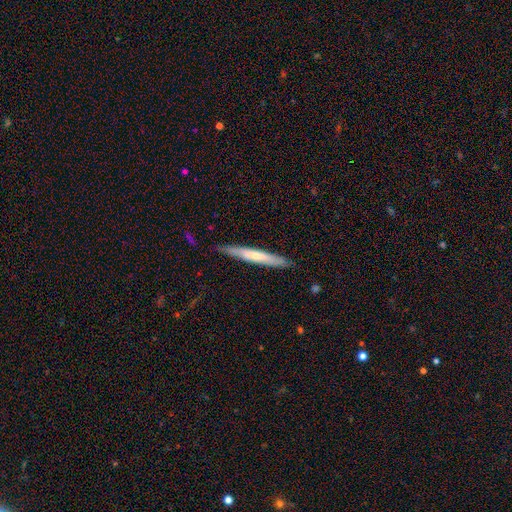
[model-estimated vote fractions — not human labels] The model was most divided on "smooth or featured": smooth: 49%, featured or disk: 45%, star or artifact: 5%. More confident: merging — none (83%).